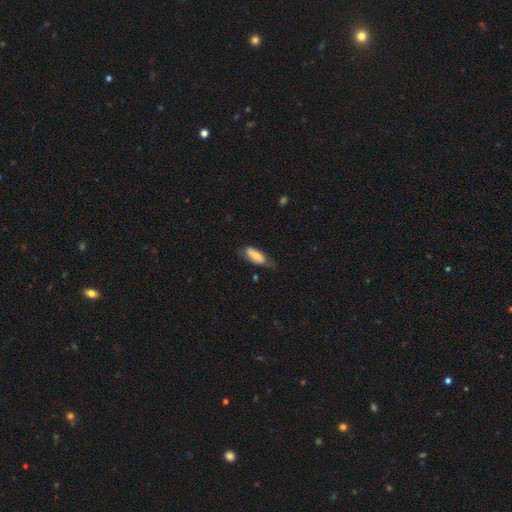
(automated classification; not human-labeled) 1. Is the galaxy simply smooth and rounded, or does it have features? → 68% smooth, 25% featured or disk, 6% star or artifact.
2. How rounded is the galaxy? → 77% in between, 21% cigar-shaped, 2% round.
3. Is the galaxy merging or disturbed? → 57% none, 30% minor disturbance, 11% major disturbance, 2% merger.